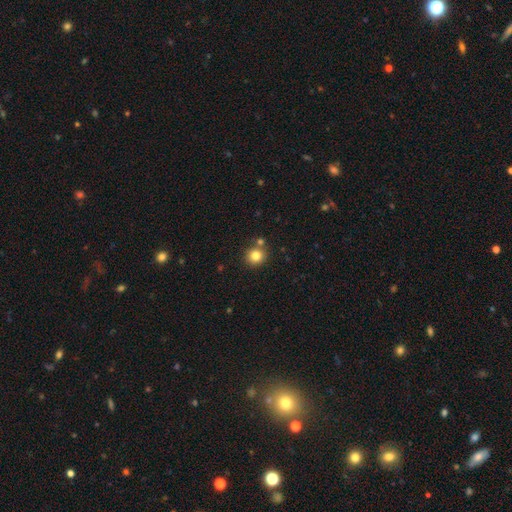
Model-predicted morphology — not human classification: This appears to be a smooth galaxy with no disk features (82%) that is round (91%). Merging: none (78%).